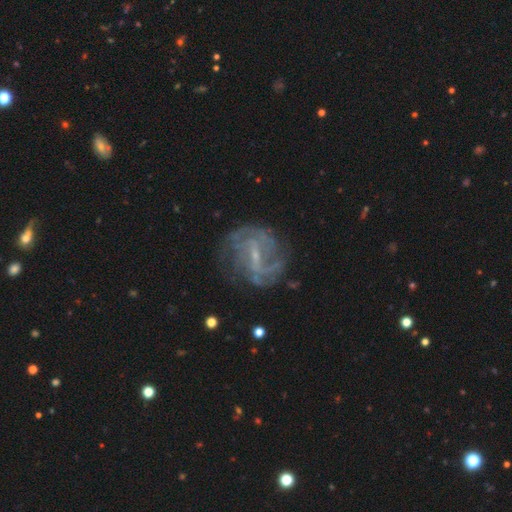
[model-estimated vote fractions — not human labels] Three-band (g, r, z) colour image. It shows a featured or disk galaxy (82%) with a weak bar (53%), medium (42%) spiral arms (89%) and a small central bulge (72%). Merging: none (71%).